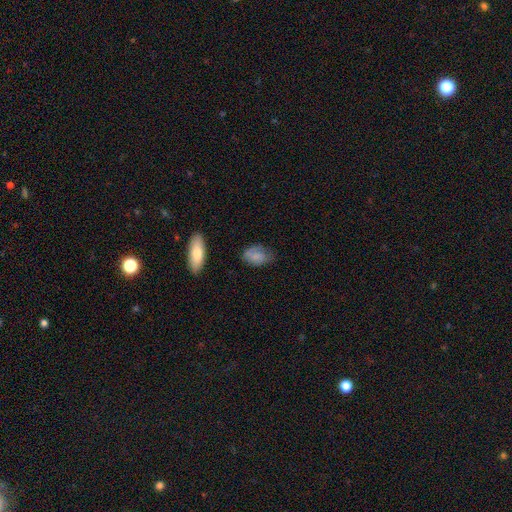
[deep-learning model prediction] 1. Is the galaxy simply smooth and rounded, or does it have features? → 69% smooth, 23% featured or disk, 8% star or artifact.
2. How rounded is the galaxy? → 86% in between, 11% round, 2% cigar-shaped.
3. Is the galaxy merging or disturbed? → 59% none, 29% minor disturbance, 10% major disturbance, 3% merger.